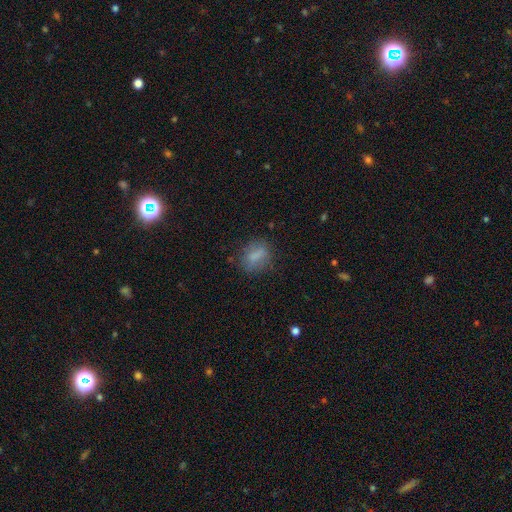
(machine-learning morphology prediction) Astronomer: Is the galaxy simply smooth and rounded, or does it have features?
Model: smooth — 75%.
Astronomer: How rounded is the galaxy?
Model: in between — 63%.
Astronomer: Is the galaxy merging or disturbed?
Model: none — 71%.